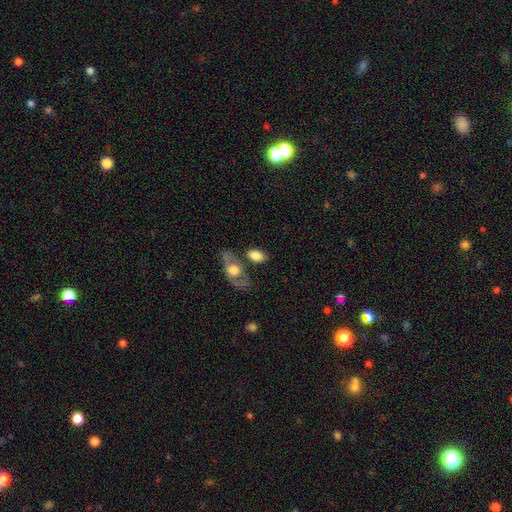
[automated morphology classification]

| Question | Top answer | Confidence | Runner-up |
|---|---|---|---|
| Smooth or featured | smooth | 76% | featured or disk (18%) |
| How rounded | in between | 88% | round (10%) |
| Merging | none | 62% | merger (19%) |